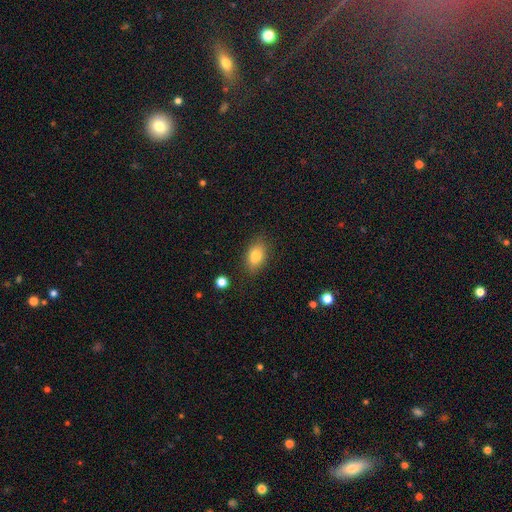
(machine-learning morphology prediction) A smooth galaxy with no disk features (79%) that is in between round and cigar-shaped (84%). Merging: none (82%).